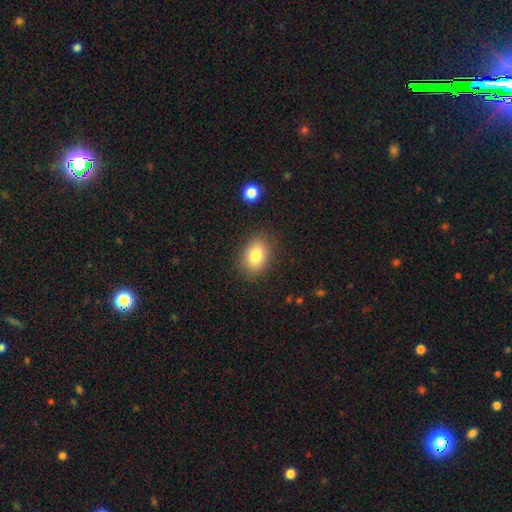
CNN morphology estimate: smooth_or_featured: smooth (p=0.81) [alt: featured or disk p=0.10]
how_rounded: in between (p=0.74) [alt: round p=0.25]
merging: none (p=0.86) [alt: minor disturbance p=0.10]